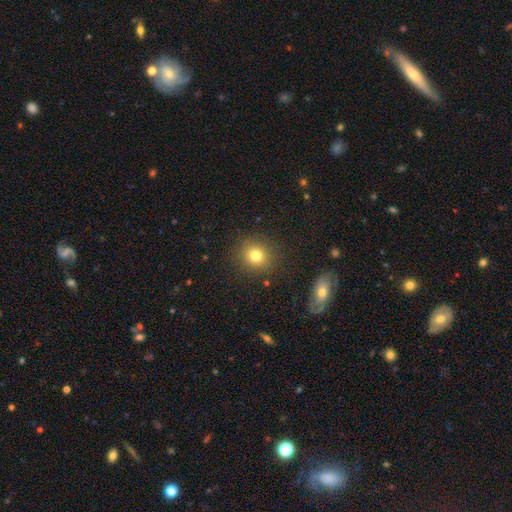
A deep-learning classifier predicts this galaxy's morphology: smooth_or_featured: smooth (p=0.79) [alt: star or artifact p=0.13]
how_rounded: round (p=0.85) [alt: in between p=0.14]
merging: none (p=0.87) [alt: minor disturbance p=0.08]